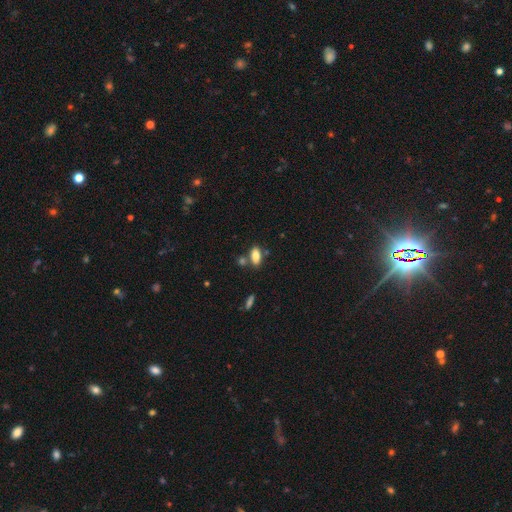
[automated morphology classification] smooth-or-featured: smooth: 84% | star or artifact: 9% | featured or disk: 8%
  how-rounded: in between: 87% | cigar-shaped: 9% | round: 4%
  merging: none: 69% | merger: 15% | minor disturbance: 12% | major disturbance: 3%